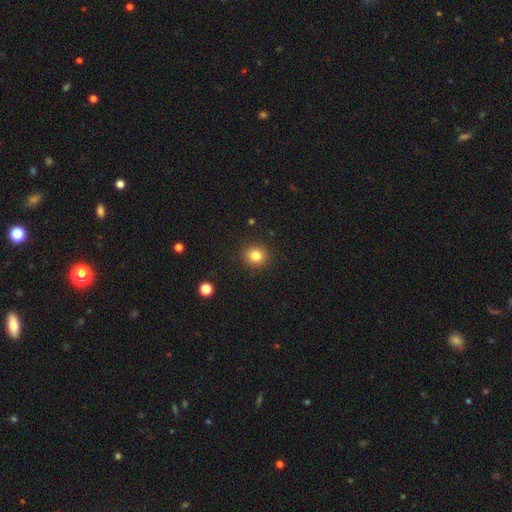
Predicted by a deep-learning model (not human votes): Smooth or featured? smooth (82%)
How rounded? round (87%)
Merging? none (91%)